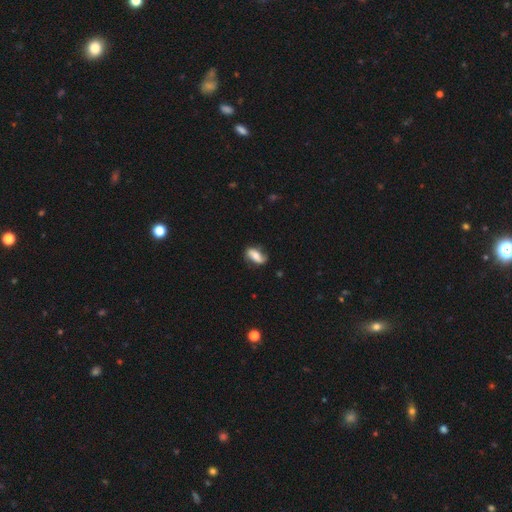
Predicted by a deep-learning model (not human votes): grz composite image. It shows a smooth galaxy with no disk features (48%). Merging: none (76%).